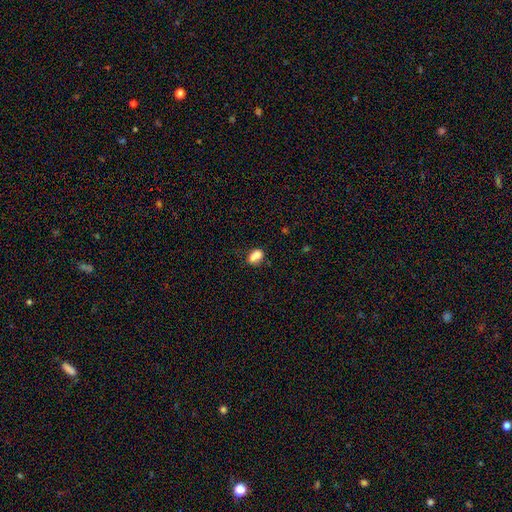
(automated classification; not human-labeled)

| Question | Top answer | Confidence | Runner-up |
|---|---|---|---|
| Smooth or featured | smooth | 76% | featured or disk (13%) |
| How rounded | in between | 72% | round (25%) |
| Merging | none | 40% | merger (35%) |